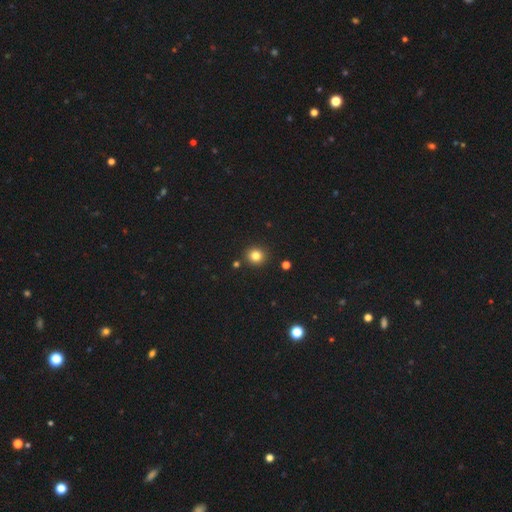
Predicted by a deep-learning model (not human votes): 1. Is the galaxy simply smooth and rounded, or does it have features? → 81% smooth, 14% star or artifact, 5% featured or disk.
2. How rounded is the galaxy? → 90% round, 9% in between, 1% cigar-shaped.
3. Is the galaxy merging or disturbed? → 90% none, 6% minor disturbance, 3% merger, 2% major disturbance.